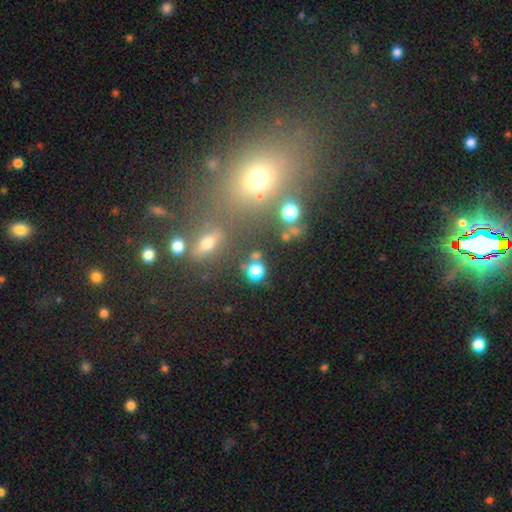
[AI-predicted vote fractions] smooth-or-featured: smooth: 56% | star or artifact: 27% | featured or disk: 17%
  how-rounded: round: 48% | in between: 42% | cigar-shaped: 10%
  merging: none: 67% | merger: 16% | minor disturbance: 11% | major disturbance: 6%